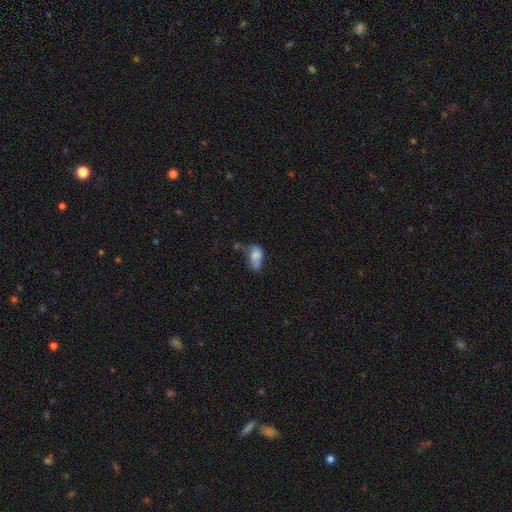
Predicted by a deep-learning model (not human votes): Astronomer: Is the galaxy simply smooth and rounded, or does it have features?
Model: smooth — 73%.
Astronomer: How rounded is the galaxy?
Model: in between — 89%.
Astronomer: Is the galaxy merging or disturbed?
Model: minor disturbance — 36% (runner-up: none, 29%).